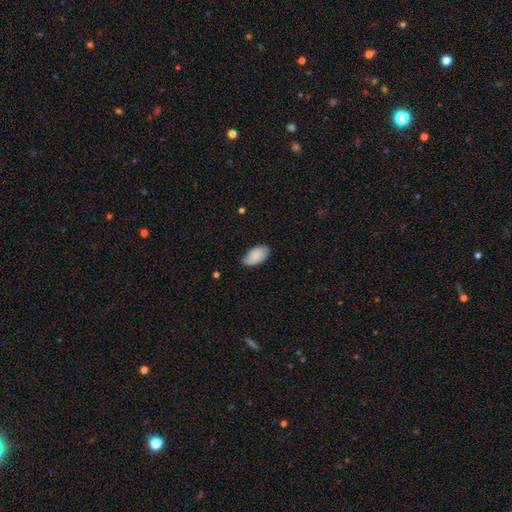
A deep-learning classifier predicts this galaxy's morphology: smooth 79%, featured or disk 14%, star or artifact 7%. Down the decision tree: how rounded — in between (95%); merging — none (69%).